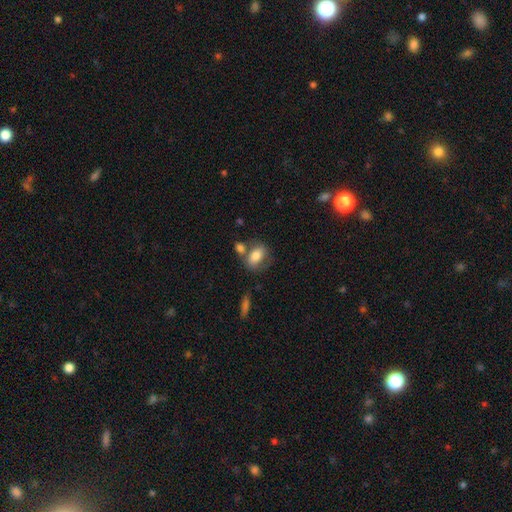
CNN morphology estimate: Smooth or featured: smooth — 74% (featured or disk — 18%)
How rounded: in between — 78% (round — 19%)
Merging: none — 48% (merger — 27%)